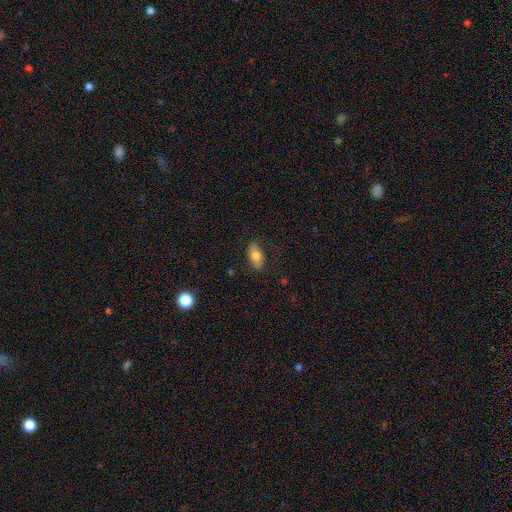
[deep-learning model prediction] This appears to be a smooth galaxy with no disk features (72%) that is in between round and cigar-shaped (88%). Merging: none (81%).